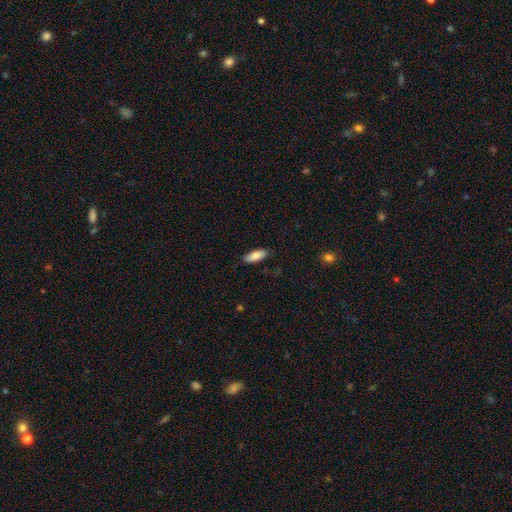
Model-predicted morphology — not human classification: Smooth or featured? smooth (85%)
How rounded? in between (75%)
Merging? none (86%)